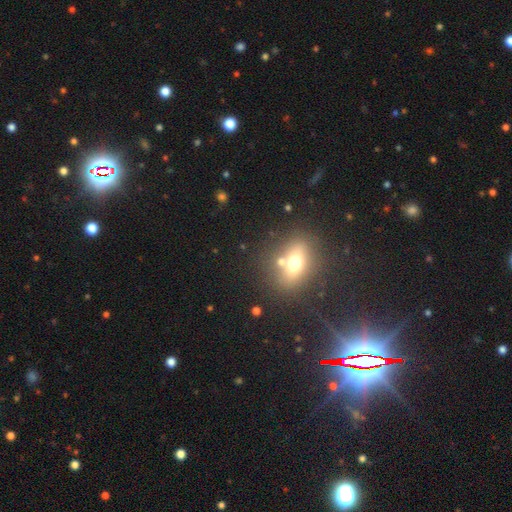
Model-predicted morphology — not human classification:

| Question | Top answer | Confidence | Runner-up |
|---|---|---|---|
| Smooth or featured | star or artifact | 44% | smooth (33%) |